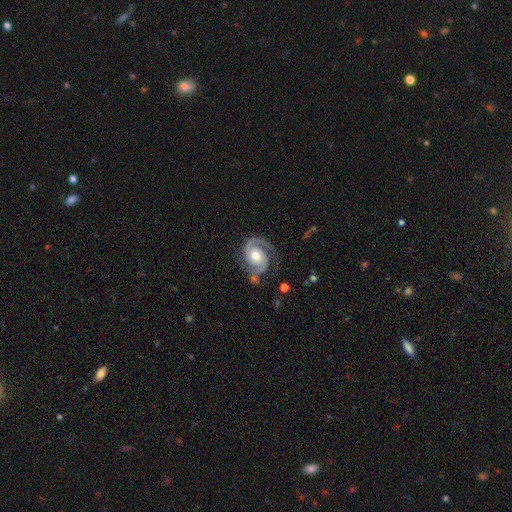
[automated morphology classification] A featured or disk galaxy (90%) with no bar (65%), 2 (89%) tight (45%, tied with medium) spiral arms (98%) and a moderate central bulge (66%).

Vote fractions:
- Smooth or featured? featured or disk: 90% / smooth: 6% / star or artifact: 4%
- Edge-on disk? no: 98% / yes: 2%
- Bar? no: 65% / weak: 28% / strong: 7%
- Spiral arms? yes: 98% / no: 2%
- Spiral winding? tight: 45% (tied) / medium: 45% (tied) / loose: 10%
- Spiral arm count? 2: 89% / 1: 5% / can't tell: 3% / 3: 2% / 4: 1% / more than 4: 1%
- Bulge size? moderate: 66% / large: 17% / small: 13% / none: 2% / dominant: 1%
- Merging? none: 67% / minor disturbance: 20% / major disturbance: 10% / merger: 3%